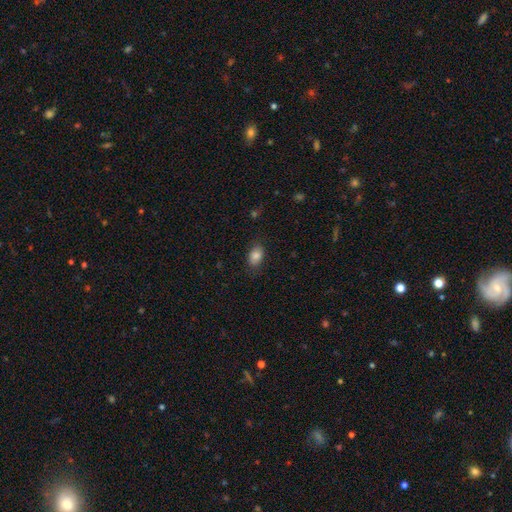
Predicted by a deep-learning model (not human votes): Smooth or featured?
  - smooth: 84% *
  - star or artifact: 8%
  - featured or disk: 7%
How rounded?
  - in between: 86% *
  - round: 12%
  - cigar-shaped: 2%
Merging?
  - none: 81% *
  - minor disturbance: 14%
  - major disturbance: 4%
  - merger: 1%